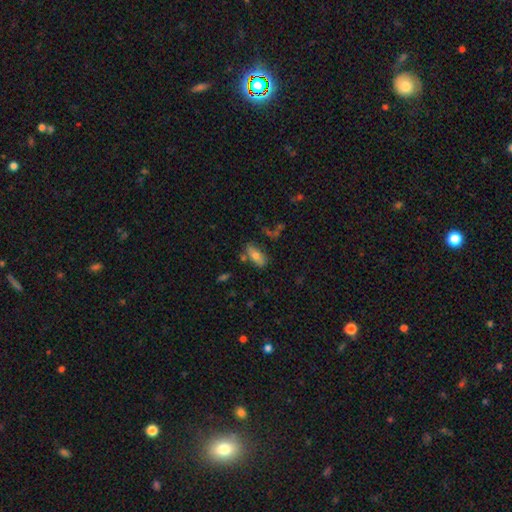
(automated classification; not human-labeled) This appears to be a smooth galaxy with no disk features (68%) that is in between round and cigar-shaped (81%). Merging: none (64%).